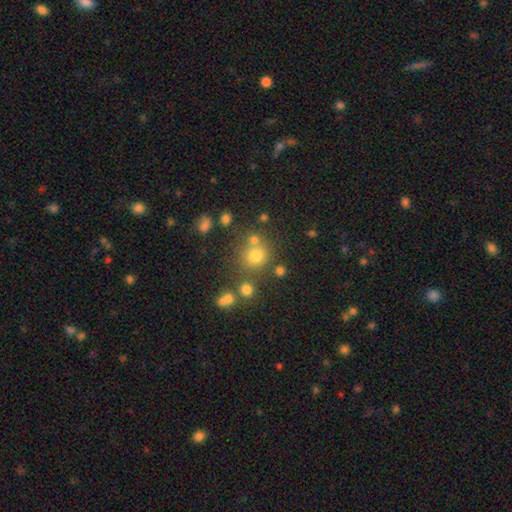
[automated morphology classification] This appears to be a smooth galaxy with no disk features (72%) that is round (88%). Merging: none (66%).